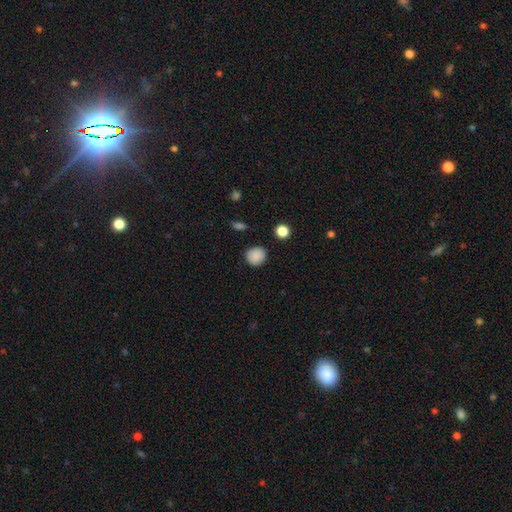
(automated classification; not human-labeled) Smooth or featured? smooth (88%)
How rounded? round (87%)
Merging? none (88%)